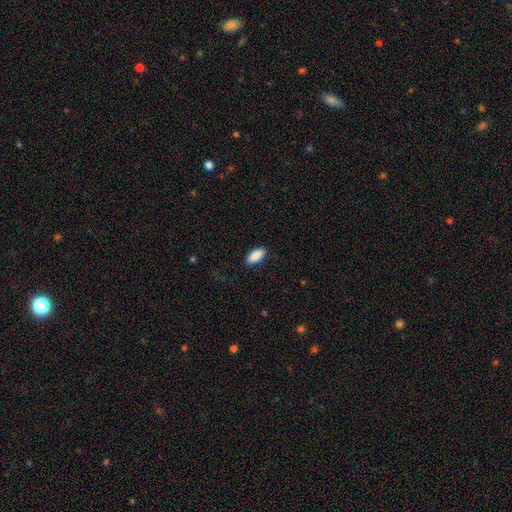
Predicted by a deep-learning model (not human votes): Smooth or featured?
  - smooth: 90% *
  - star or artifact: 6%
  - featured or disk: 4%
How rounded?
  - in between: 88% *
  - cigar-shaped: 10%
  - round: 2%
Merging?
  - none: 88% *
  - minor disturbance: 9%
  - major disturbance: 2%
  - merger: 1%